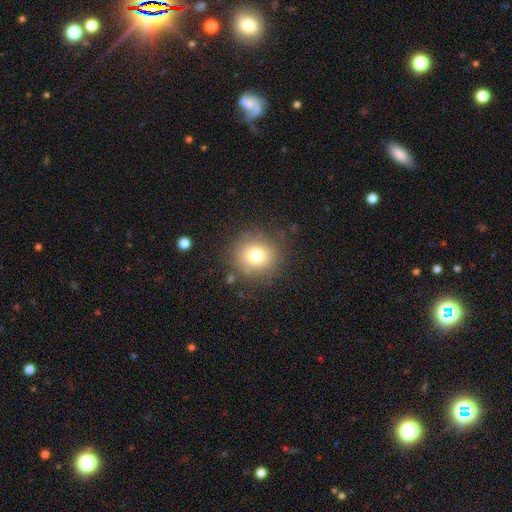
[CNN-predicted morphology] Overall: smooth (75%). How rounded: round (90%). Merging: none (85%).